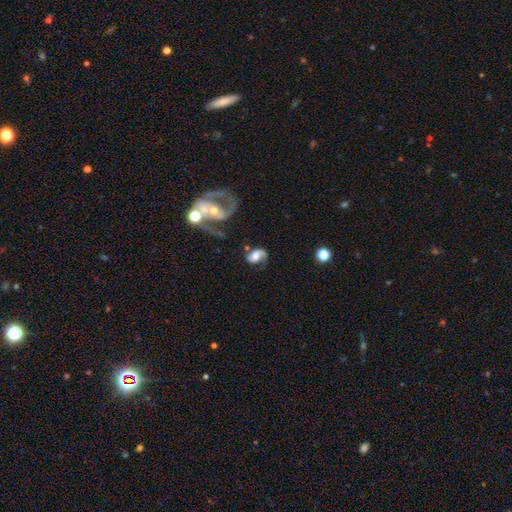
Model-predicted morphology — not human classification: Smooth or featured? Predicted: featured or disk (p=0.71). Edge-on disk? Predicted: no (p=0.97). Bar? Predicted: no (p=0.52). Spiral arms? Predicted: yes (p=0.92). Spiral winding? Predicted: medium (p=0.45). Spiral arm count? Predicted: 2 (p=0.77). Bulge size? Predicted: moderate (p=0.40). Merging? Predicted: none (p=0.52).